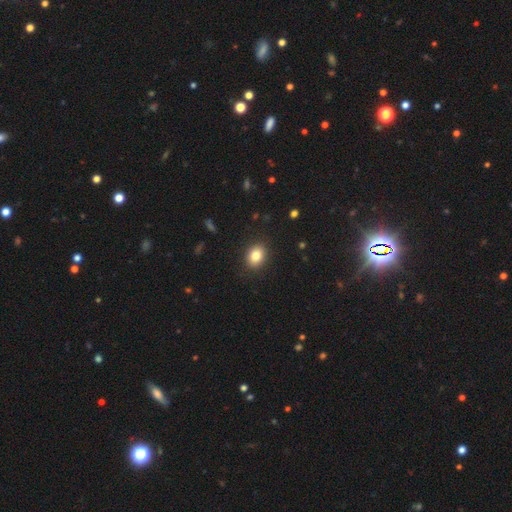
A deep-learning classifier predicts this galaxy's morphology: smooth_or_featured: smooth (p=0.83) [alt: star or artifact p=0.09]
how_rounded: in between (p=0.58) [alt: round p=0.41]
merging: none (p=0.89) [alt: minor disturbance p=0.08]